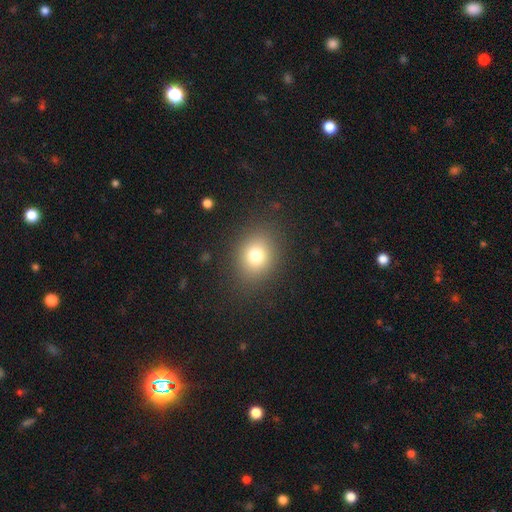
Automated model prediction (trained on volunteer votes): smooth 76%, star or artifact 14%, featured or disk 10%. Down the decision tree: how rounded — round (63%); merging — none (85%).